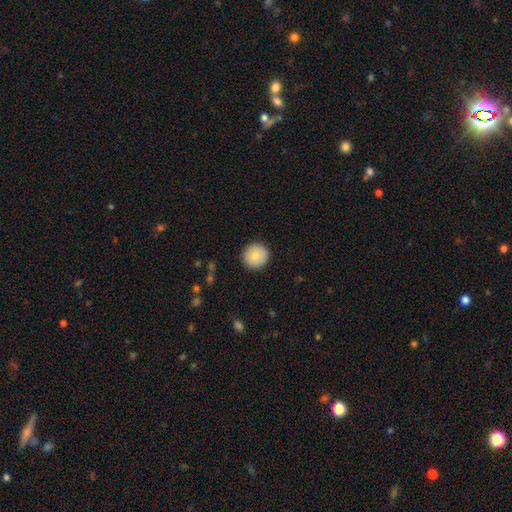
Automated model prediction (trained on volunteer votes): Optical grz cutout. It shows a smooth galaxy with no disk features (79%) that is round (95%). Merging: none (90%).